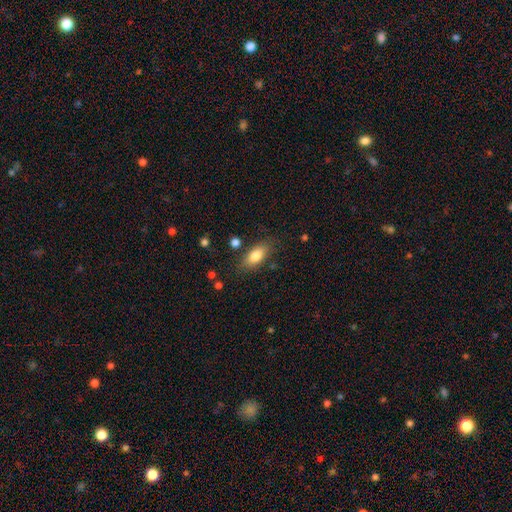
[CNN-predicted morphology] A smooth galaxy with no disk features (81%) that is in between round and cigar-shaped (85%). Merging: none (78%).